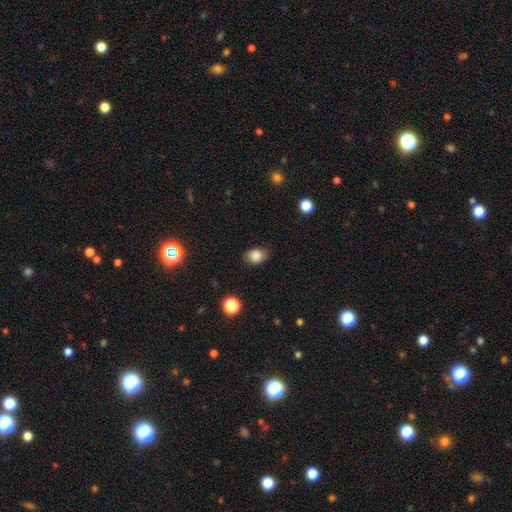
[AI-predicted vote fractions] Smooth or featured: smooth — 82% (star or artifact — 10%)
How rounded: in between — 60% (round — 39%)
Merging: none — 72% (minor disturbance — 21%)